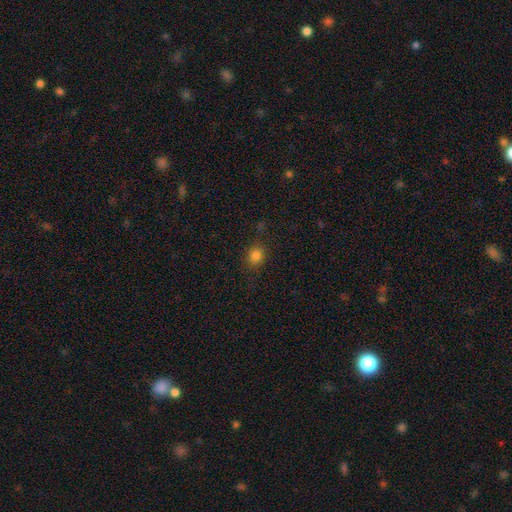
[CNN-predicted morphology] A smooth galaxy with no disk features (81%) that is round (72%). Merging: none (82%).